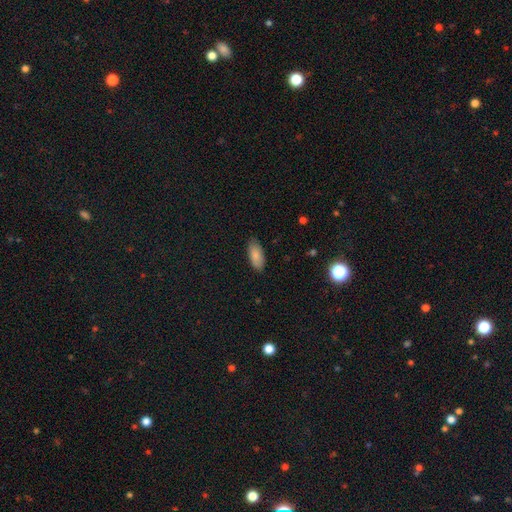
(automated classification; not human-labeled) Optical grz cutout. It shows a smooth galaxy with no disk features (85%) that is in between round and cigar-shaped (87%). Merging: none (84%).